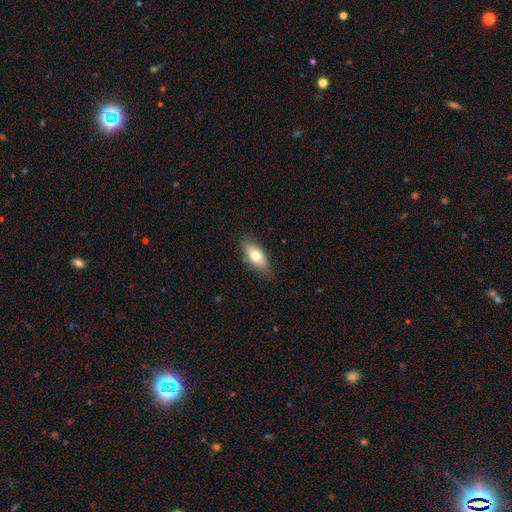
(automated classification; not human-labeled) This appears to be a smooth galaxy with no disk features (72%) that is in between round and cigar-shaped (81%). Merging: none (81%).